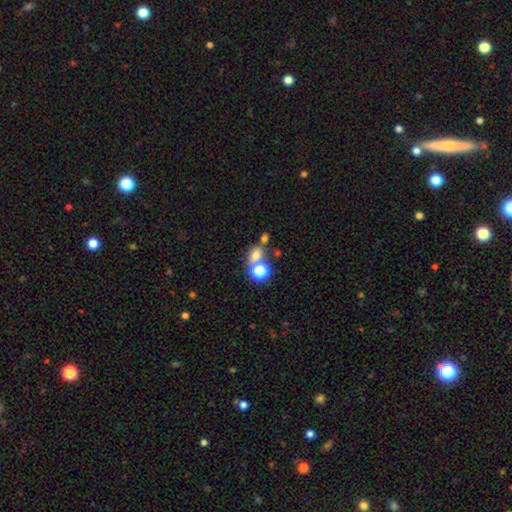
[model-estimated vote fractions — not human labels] The model was most divided on "merging": none: 51%, merger: 35%, minor disturbance: 9%, major disturbance: 5%. More confident: smooth or featured — smooth (66%); how rounded — round (60%).